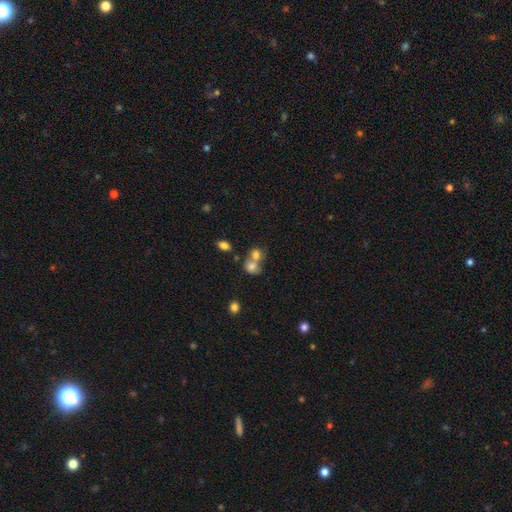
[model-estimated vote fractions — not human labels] This appears to be a smooth galaxy with no disk features (73%) that is round (64%). Merging: merger (59%).